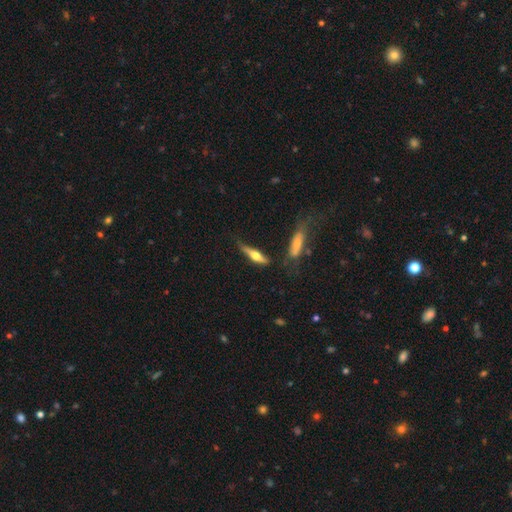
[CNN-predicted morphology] This appears to be a featured or disk galaxy (57%) viewed edge-on (93%) with a rounded central bulge (93%). Merging: none (65%).